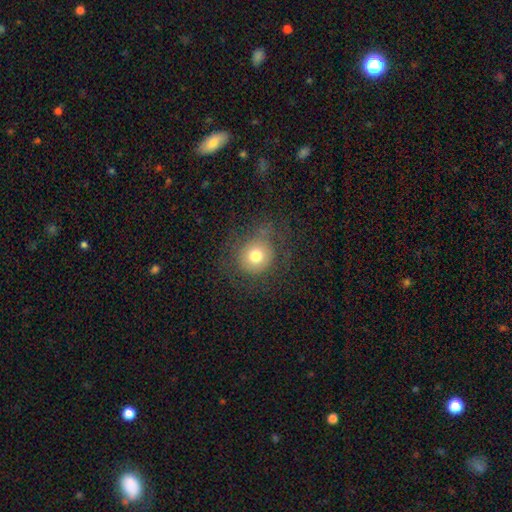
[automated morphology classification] type=smooth (72%); roundness=round (89%); merging=none (72%).